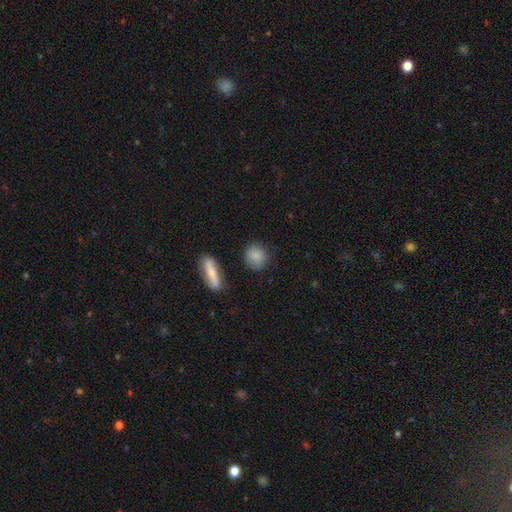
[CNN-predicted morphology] A smooth galaxy with no disk features (85%) that is round (76%). Merging: none (82%).